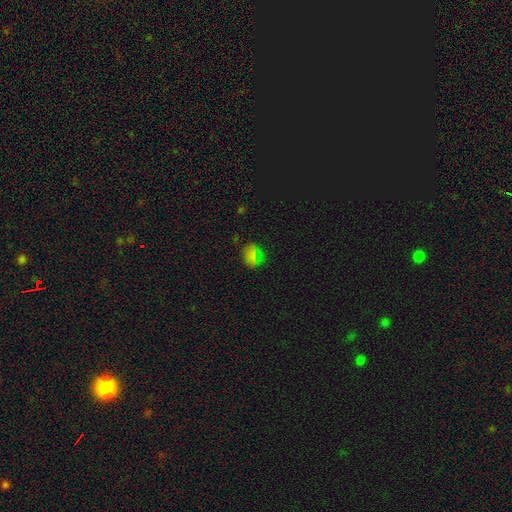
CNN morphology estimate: type=smooth (61%); roundness=round (52%); merging=none (83%).